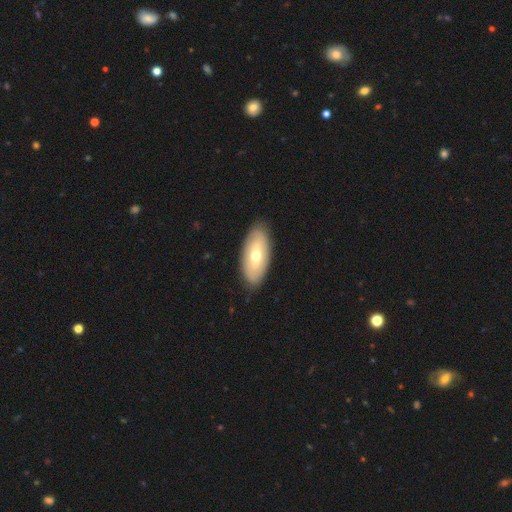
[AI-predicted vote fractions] Smooth or featured: smooth — 52% (featured or disk — 43%)
How rounded: in between — 89% (cigar-shaped — 8%)
Merging: none — 87% (minor disturbance — 10%)